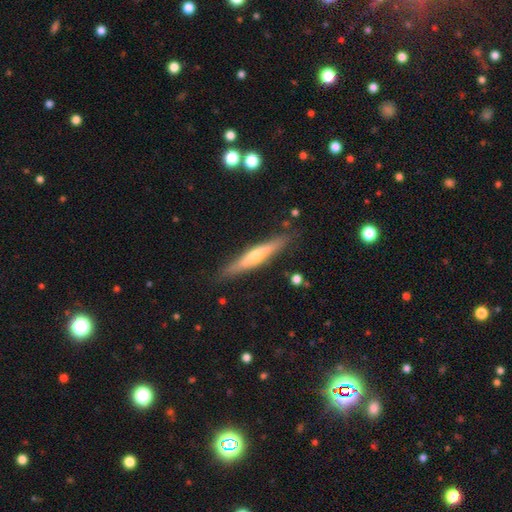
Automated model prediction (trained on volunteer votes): Q: Smooth or featured?
A: featured or disk (57%); runner-up: smooth (36%)
Q: Edge-on disk?
A: yes (93%); runner-up: no (7%)
Q: Edge-on bulge?
A: rounded (81%); runner-up: none (14%)
Q: Merging?
A: none (86%); runner-up: minor disturbance (10%)